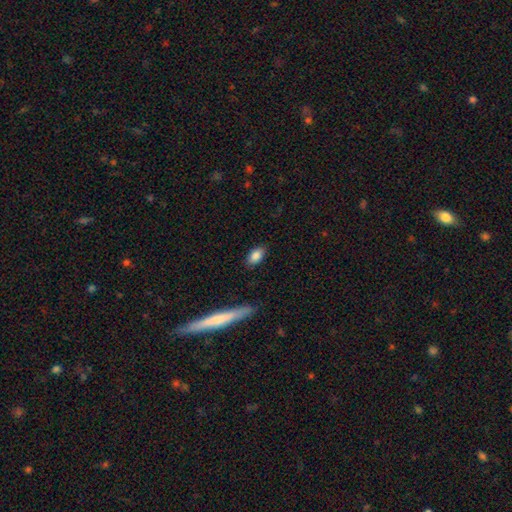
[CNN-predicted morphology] Smooth or featured? Predicted: smooth (p=0.86). How rounded? Predicted: in between (p=0.90). Merging? Predicted: none (p=0.86).